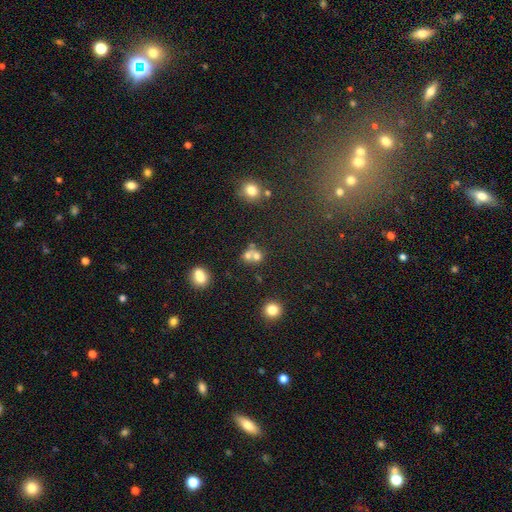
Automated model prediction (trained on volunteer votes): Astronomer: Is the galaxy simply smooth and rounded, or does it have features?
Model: smooth — 65%.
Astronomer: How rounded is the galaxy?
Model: round — 79%.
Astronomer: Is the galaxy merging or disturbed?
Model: merger — 53% (runner-up: none, 36%).